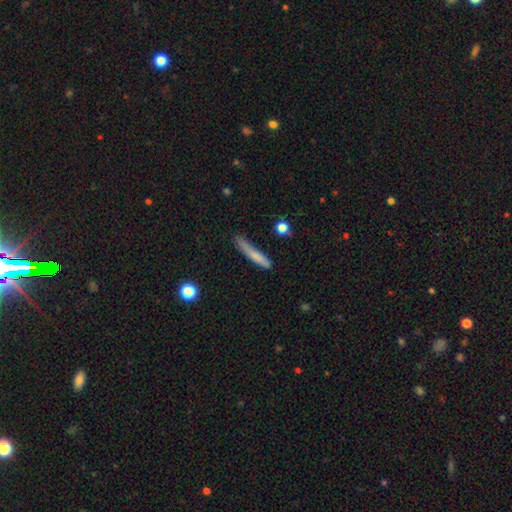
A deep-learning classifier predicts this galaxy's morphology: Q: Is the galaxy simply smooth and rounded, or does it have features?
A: smooth — 71%.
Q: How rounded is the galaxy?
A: cigar-shaped — 93%.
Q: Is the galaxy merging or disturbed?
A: none — 65%.